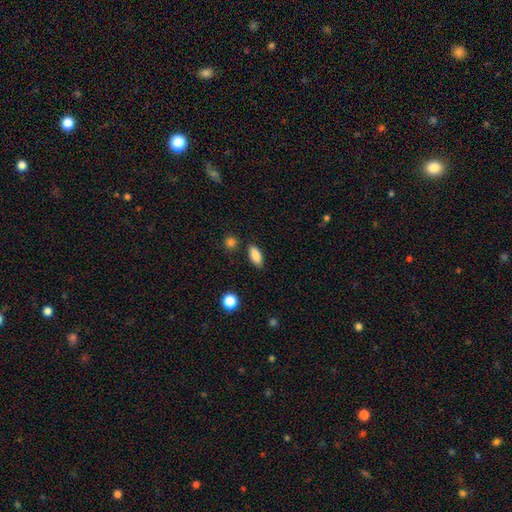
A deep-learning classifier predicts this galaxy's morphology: Smooth or featured?
  - smooth: 86% *
  - star or artifact: 8%
  - featured or disk: 7%
How rounded?
  - in between: 84% *
  - cigar-shaped: 13%
  - round: 4%
Merging?
  - none: 84% *
  - minor disturbance: 10%
  - merger: 3%
  - major disturbance: 2%